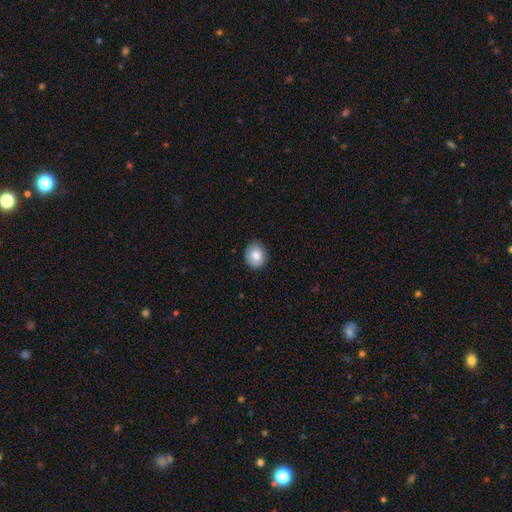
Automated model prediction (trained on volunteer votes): smooth_or_featured: smooth (p=0.84) [alt: featured or disk p=0.08]
how_rounded: round (p=0.70) [alt: in between p=0.29]
merging: none (p=0.86) [alt: minor disturbance p=0.11]